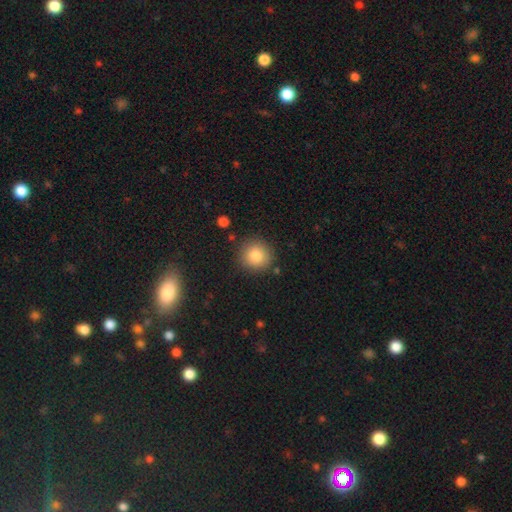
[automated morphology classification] smooth 84%, star or artifact 10%, featured or disk 6%. Down the decision tree: how rounded — round (92%); merging — none (86%).